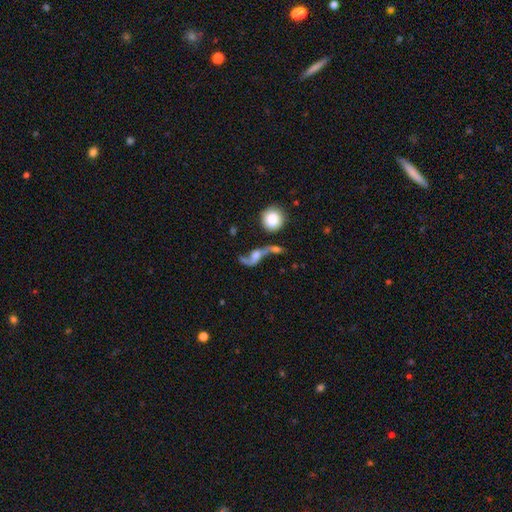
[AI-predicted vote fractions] Smooth or featured? featured or disk (78%)
Edge-on disk? no (93%)
Bar? no (57%)
Spiral arms? yes (92%)
Spiral winding? loose (87%)
Spiral arm count? 2 (90%)
Bulge size? moderate (39%)
Merging? none (43%)